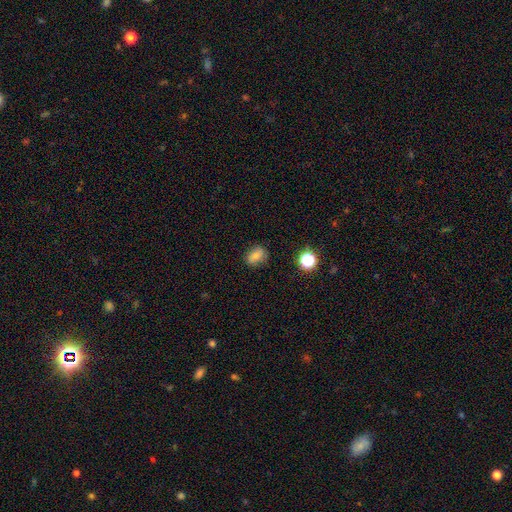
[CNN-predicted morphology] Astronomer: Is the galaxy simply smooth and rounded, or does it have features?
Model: smooth — 75%.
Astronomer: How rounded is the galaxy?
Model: in between — 66%.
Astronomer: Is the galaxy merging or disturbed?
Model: none — 80%.